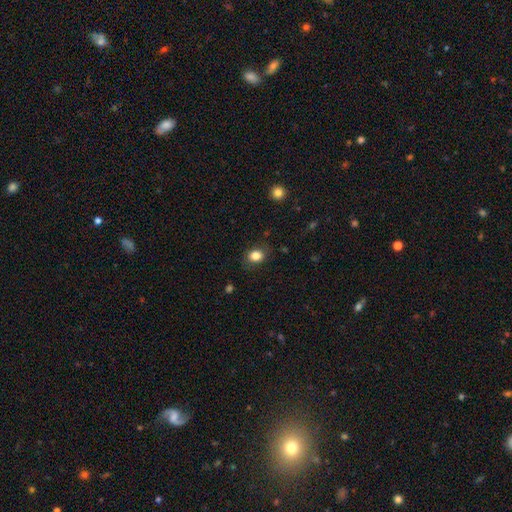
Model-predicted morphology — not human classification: type=smooth (84%); roundness=in between (52%); merging=none (80%).